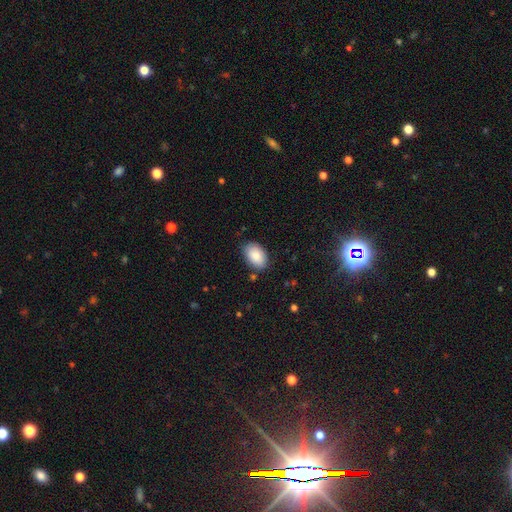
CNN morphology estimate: A smooth galaxy with no disk features (88%) that is in between round and cigar-shaped (92%).

Vote fractions:
- Smooth or featured? smooth: 88% / star or artifact: 6% / featured or disk: 6%
- How rounded? in between: 92% / round: 7% / cigar-shaped: 1%
- Merging? none: 84% / minor disturbance: 12% / major disturbance: 3% / merger: 2%